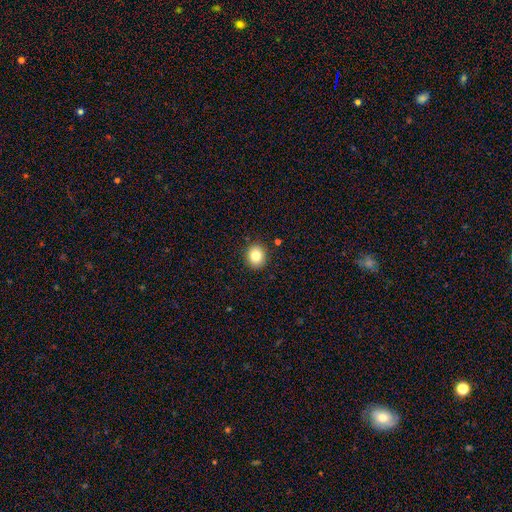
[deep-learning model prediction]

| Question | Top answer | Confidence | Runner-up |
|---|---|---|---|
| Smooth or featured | smooth | 81% | star or artifact (10%) |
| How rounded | round | 80% | in between (20%) |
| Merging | none | 90% | minor disturbance (7%) |